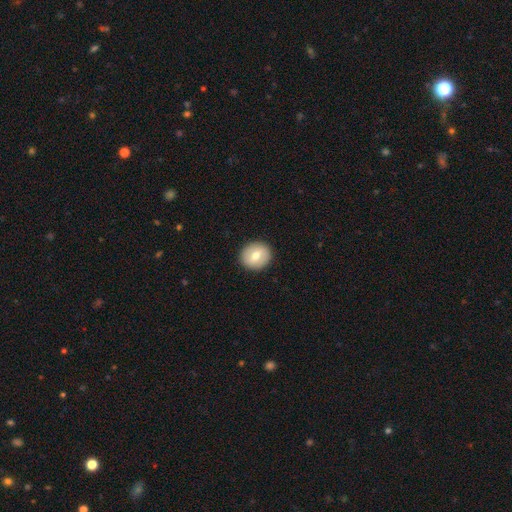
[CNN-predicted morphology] smooth-or-featured: smooth: 69% | featured or disk: 24% | star or artifact: 7%
  how-rounded: round: 88% | in between: 11% | cigar-shaped: 1%
  merging: none: 91% | minor disturbance: 6% | major disturbance: 2% | merger: 1%